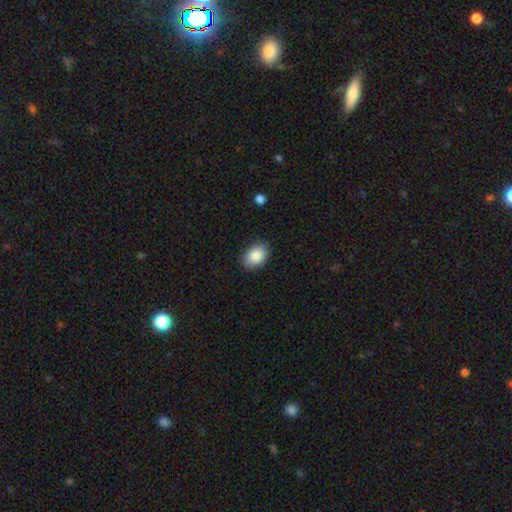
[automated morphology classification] smooth 86%, star or artifact 7%, featured or disk 7%. Down the decision tree: how rounded — in between (82%); merging — none (85%).